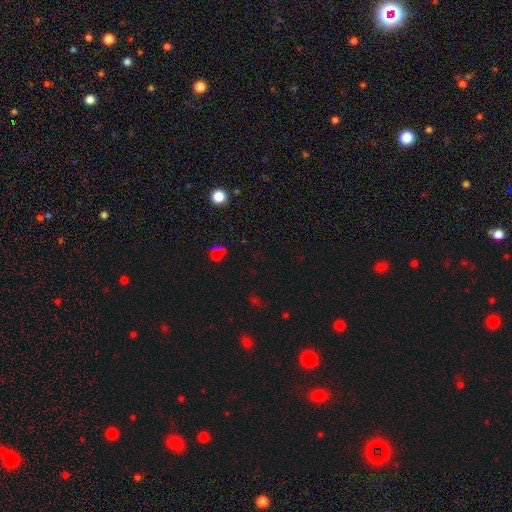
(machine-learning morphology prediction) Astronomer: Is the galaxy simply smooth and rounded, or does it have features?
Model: star or artifact — 64%.